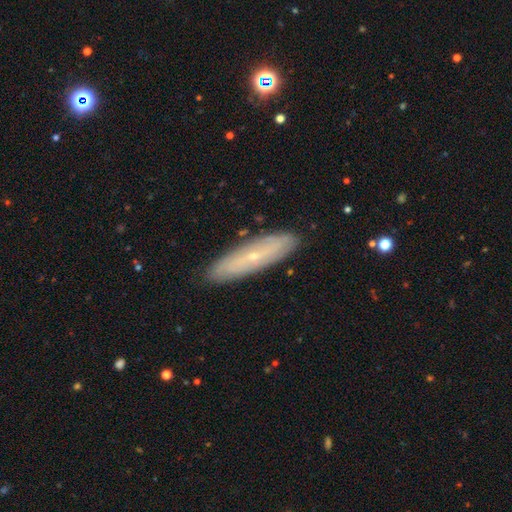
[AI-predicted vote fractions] smooth-or-featured: featured or disk: 52% | smooth: 37% | star or artifact: 10%
  disk-edge-on: yes: 50% (tied) | no: 50% (tied)
  merging: none: 88% | minor disturbance: 9% | major disturbance: 2% | merger: 1%